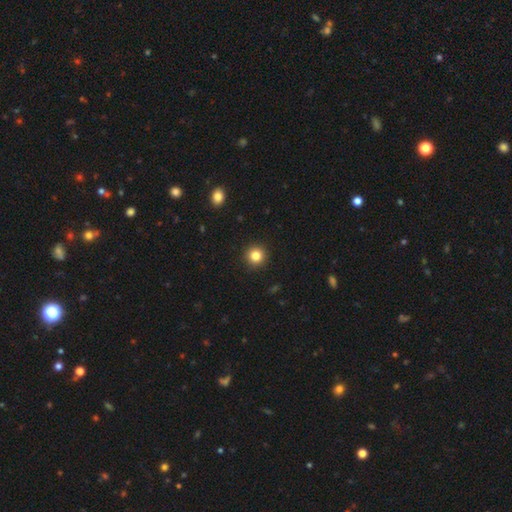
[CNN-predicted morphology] A smooth galaxy with no disk features (83%) that is round (95%).

Vote fractions:
- Smooth or featured? smooth: 83% / star or artifact: 12% / featured or disk: 5%
- How rounded? round: 95% / in between: 4% / cigar-shaped: 1%
- Merging? none: 93% / minor disturbance: 5% / major disturbance: 2% / merger: 1%